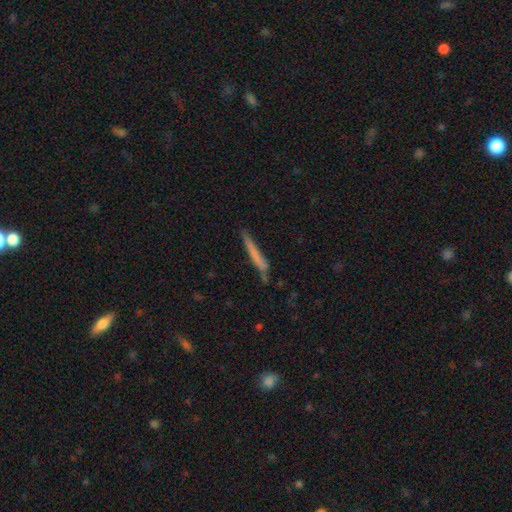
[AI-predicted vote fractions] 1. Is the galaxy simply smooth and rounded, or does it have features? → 66% smooth, 27% featured or disk, 7% star or artifact.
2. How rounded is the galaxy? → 96% cigar-shaped, 3% in between, 1% round.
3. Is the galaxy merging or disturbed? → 74% none, 18% minor disturbance, 4% merger, 4% major disturbance.